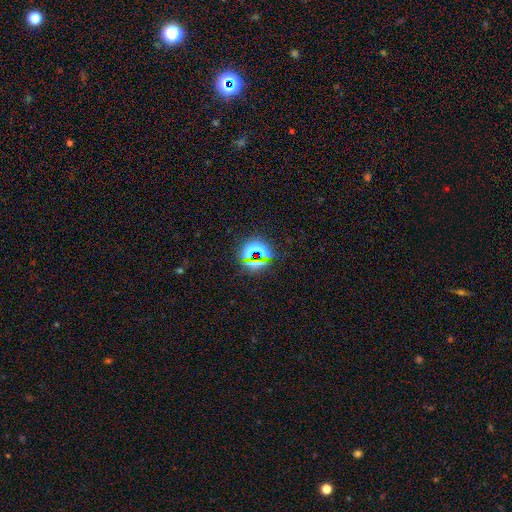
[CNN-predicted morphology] This is likely a star or artifact rather than a galaxy (69%).